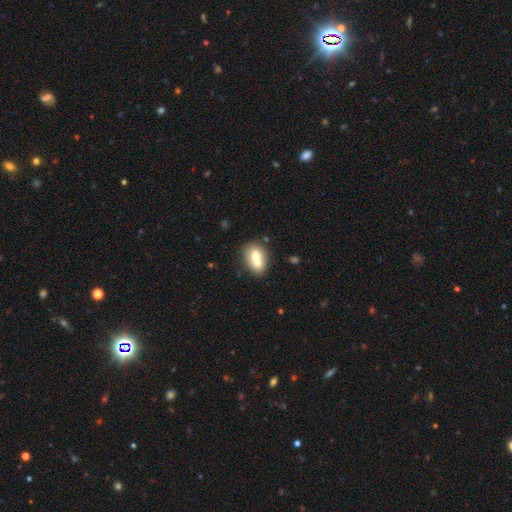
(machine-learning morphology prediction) The model was most divided on "how rounded": in between: 59%, round: 39%, cigar-shaped: 1%. More confident: smooth or featured — smooth (65%); merging — merger (63%).